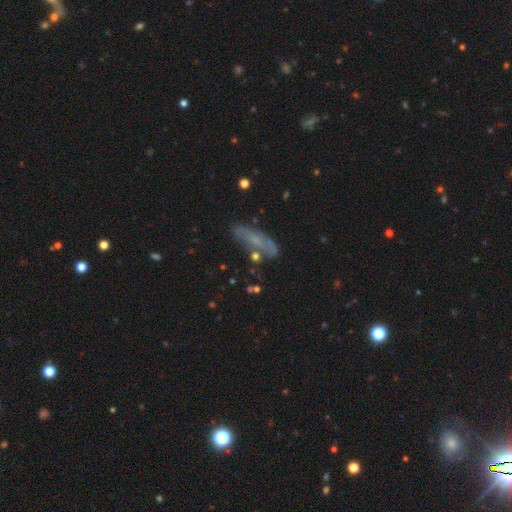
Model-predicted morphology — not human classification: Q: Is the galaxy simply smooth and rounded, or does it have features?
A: smooth — 51%.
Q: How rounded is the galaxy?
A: cigar-shaped — 52%.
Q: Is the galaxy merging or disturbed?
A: none — 63%.